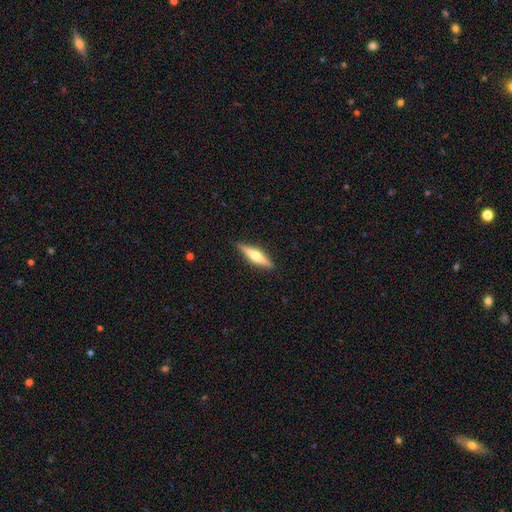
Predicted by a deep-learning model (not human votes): Smooth or featured? featured or disk (59%)
Edge-on disk? yes (96%)
Edge-on bulge? rounded (91%)
Merging? none (90%)